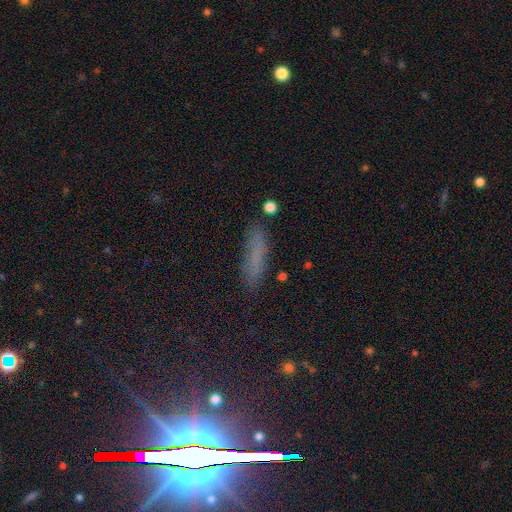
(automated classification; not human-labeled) Morphology: type=smooth (62%); roundness=cigar-shaped (79%); merging=none (80%).